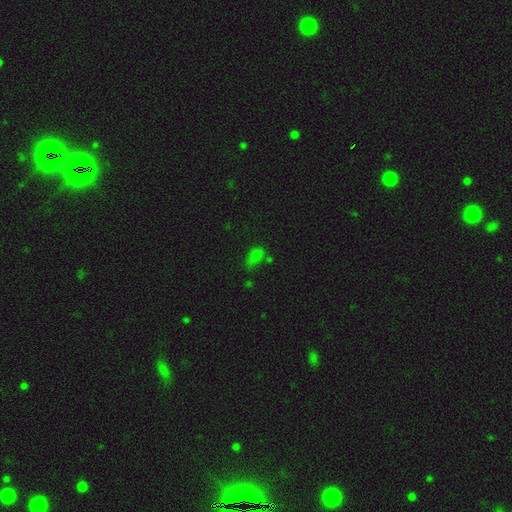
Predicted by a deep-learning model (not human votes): Q: Smooth or featured?
A: smooth (67%); runner-up: star or artifact (26%)
Q: How rounded?
A: in between (83%); runner-up: round (10%)
Q: Merging?
A: none (47%); runner-up: minor disturbance (26%)